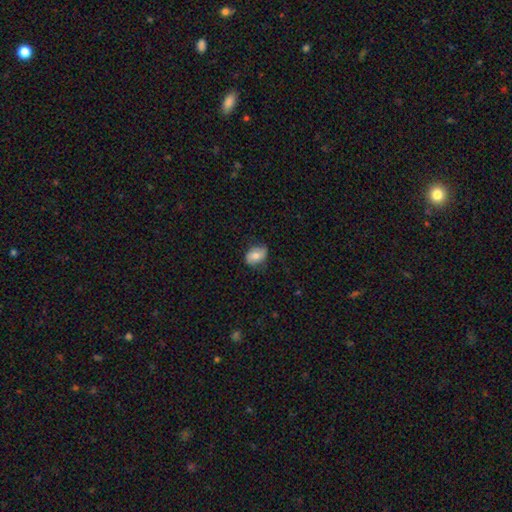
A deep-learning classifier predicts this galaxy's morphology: Smooth or featured?
  - smooth: 67% *
  - featured or disk: 25%
  - star or artifact: 8%
How rounded?
  - in between: 78% *
  - round: 20%
  - cigar-shaped: 1%
Merging?
  - none: 73% *
  - minor disturbance: 21%
  - major disturbance: 5%
  - merger: 1%